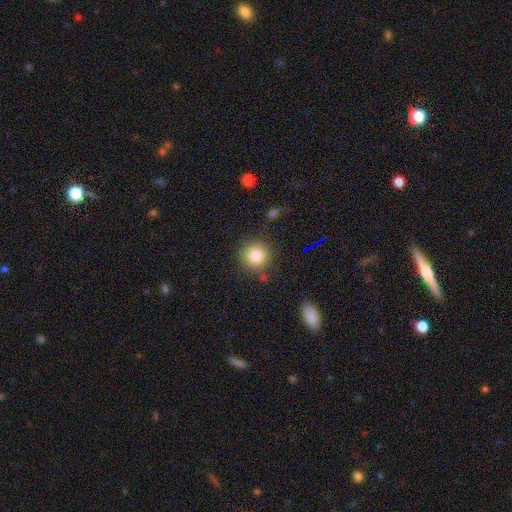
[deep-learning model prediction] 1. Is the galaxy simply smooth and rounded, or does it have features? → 85% smooth, 10% star or artifact, 5% featured or disk.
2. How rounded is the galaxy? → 92% round, 7% in between, 1% cigar-shaped.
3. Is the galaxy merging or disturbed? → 82% none, 11% minor disturbance, 4% major disturbance, 3% merger.